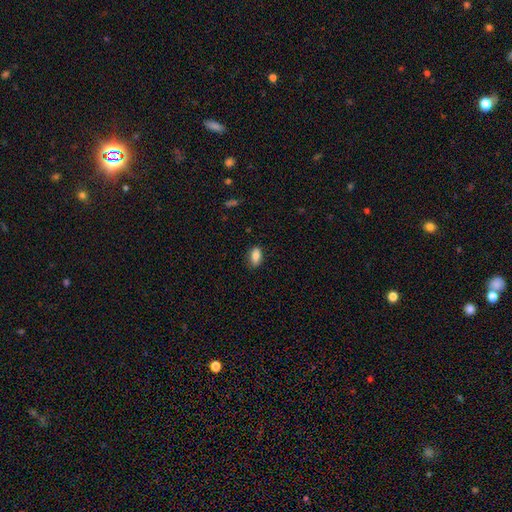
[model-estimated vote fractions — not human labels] Overall: smooth (83%). How rounded: in between (86%). Merging: none (83%).